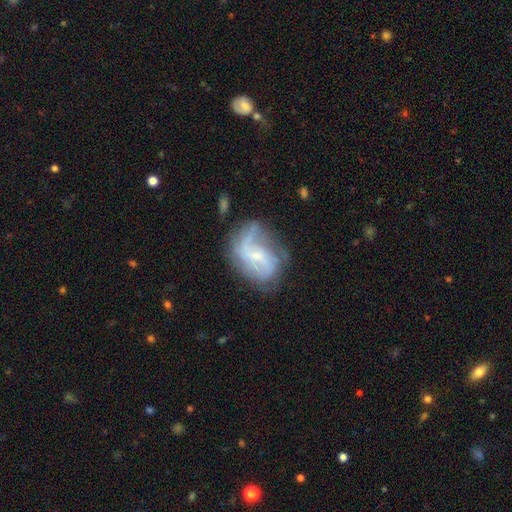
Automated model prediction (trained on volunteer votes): Morphology: type=featured or disk (77%); edge-on=no (97%); bar=weak (49%); spiral arms=yes (89%); winding=loose (47%); arm count=2 (57%); bulge=small (69%); merging=none (51%).